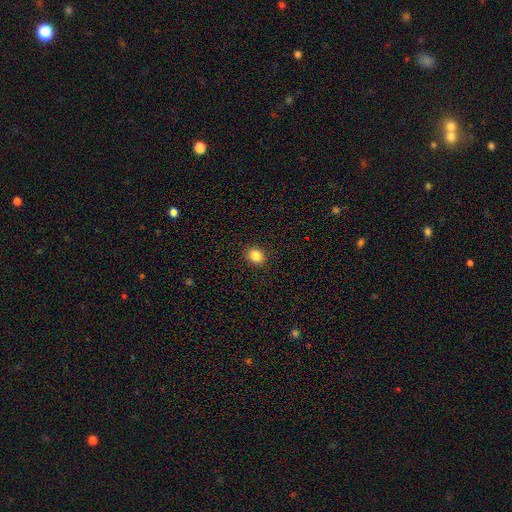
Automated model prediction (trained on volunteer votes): Smooth or featured? Predicted: smooth (p=0.85). How rounded? Predicted: round (p=0.66). Merging? Predicted: none (p=0.91).